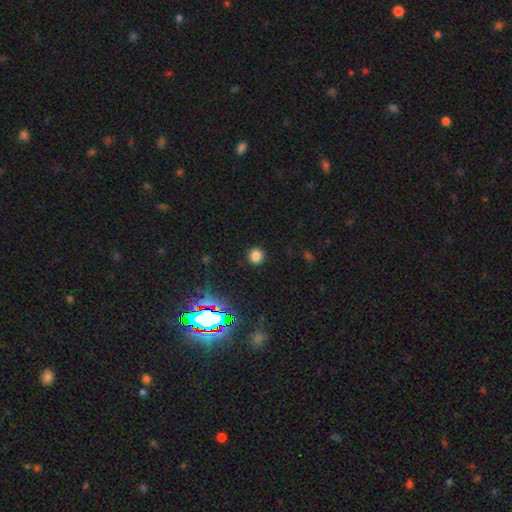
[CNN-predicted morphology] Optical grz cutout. It shows a smooth galaxy with no disk features (78%) that is round (93%). Merging: none (91%).